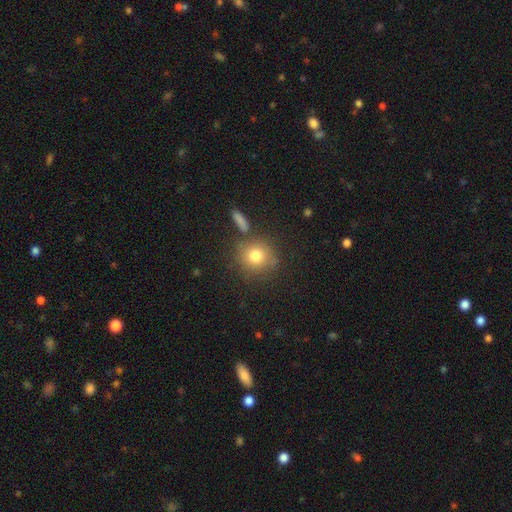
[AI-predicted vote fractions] Overall: smooth (79%). How rounded: round (86%). Merging: none (74%).